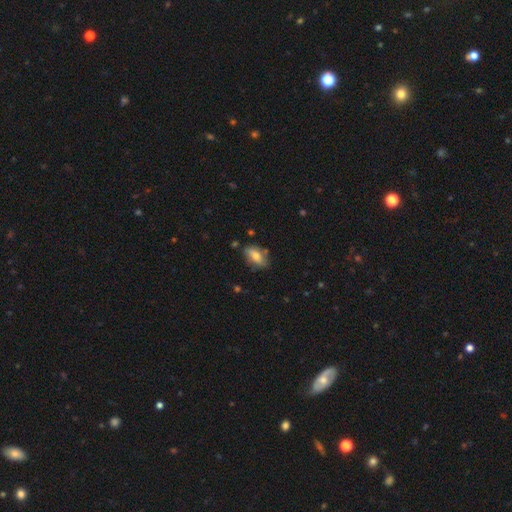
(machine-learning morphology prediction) Smooth or featured? smooth (69%)
How rounded? in between (87%)
Merging? none (69%)